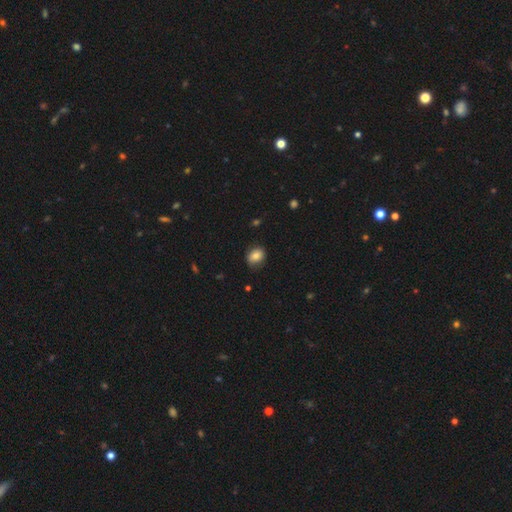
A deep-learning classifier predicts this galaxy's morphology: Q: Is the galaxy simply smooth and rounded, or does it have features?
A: smooth — 80%.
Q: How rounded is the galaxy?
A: in between — 50%.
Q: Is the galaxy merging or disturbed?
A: none — 76%.